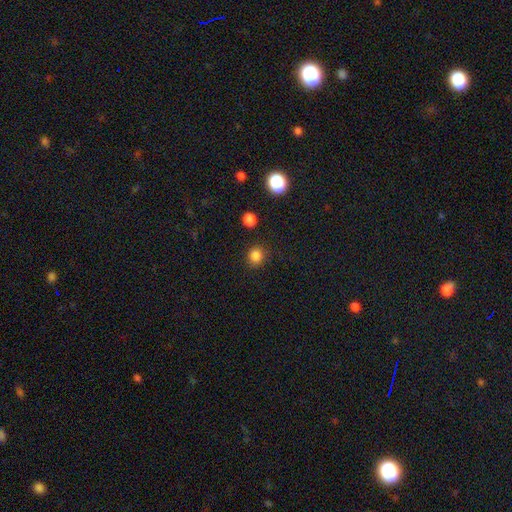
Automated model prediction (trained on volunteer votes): Smooth or featured?
  - smooth: 84% *
  - star or artifact: 12%
  - featured or disk: 3%
How rounded?
  - round: 83% *
  - in between: 16%
  - cigar-shaped: 1%
Merging?
  - none: 86% *
  - minor disturbance: 9%
  - major disturbance: 3%
  - merger: 2%